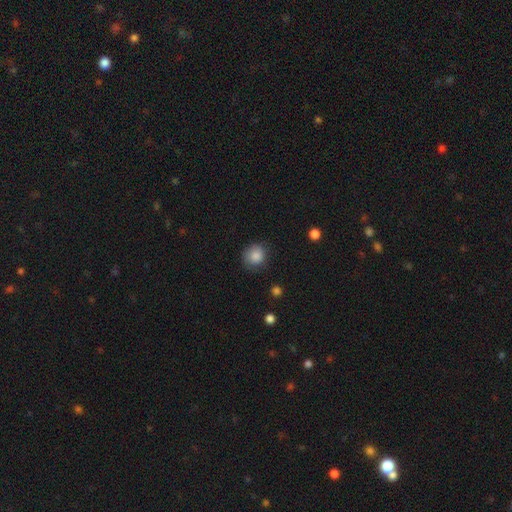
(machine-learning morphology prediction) Overall: smooth (86%). How rounded: round (81%). Merging: none (76%).